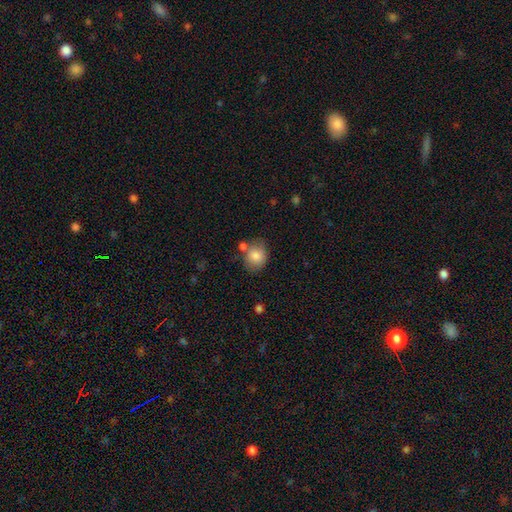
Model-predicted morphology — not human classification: smooth_or_featured: smooth (p=0.82) [alt: featured or disk p=0.10]
how_rounded: round (p=0.65) [alt: in between p=0.34]
merging: none (p=0.62) [alt: minor disturbance p=0.18]